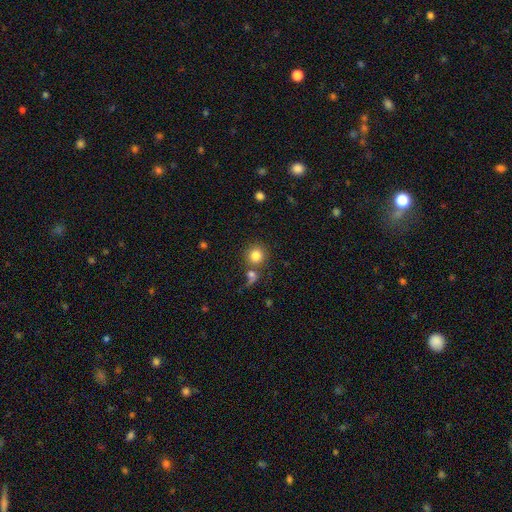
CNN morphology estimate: smooth-or-featured: smooth: 81% | star or artifact: 11% | featured or disk: 8%
  how-rounded: round: 90% | in between: 9% | cigar-shaped: 1%
  merging: none: 67% | merger: 20% | minor disturbance: 8% | major disturbance: 4%